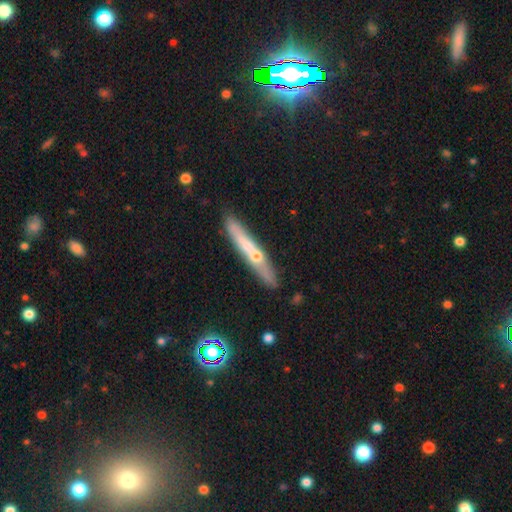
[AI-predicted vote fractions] Morphology: type=featured or disk (50%); edge-on=yes (83%); merging=none (74%).